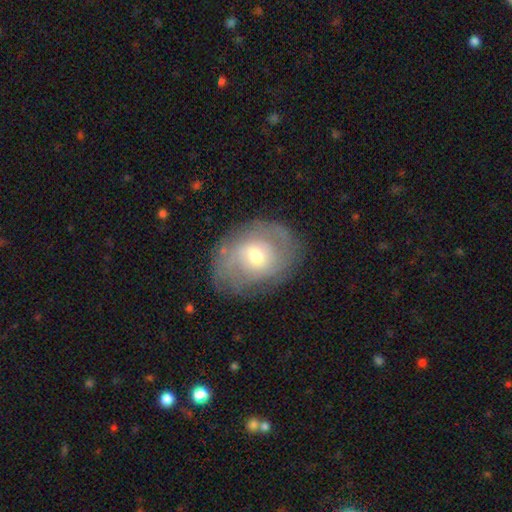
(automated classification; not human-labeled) The model was most divided on "bulge size": moderate: 57%, small: 35%, large: 6%, dominant: 1%, none: 1%. More confident: edge-on disk — no (96%); spiral arms — yes (78%); merging — none (76%); smooth or featured — featured or disk (64%); bar — no (62%).